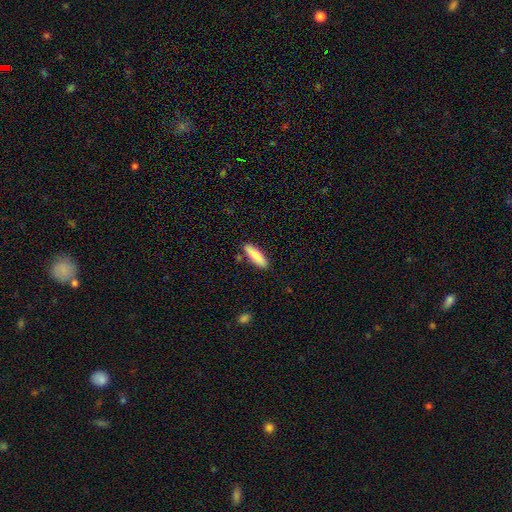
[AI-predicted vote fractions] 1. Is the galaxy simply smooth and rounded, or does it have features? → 83% smooth, 12% featured or disk, 6% star or artifact.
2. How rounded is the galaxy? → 52% cigar-shaped, 47% in between, 2% round.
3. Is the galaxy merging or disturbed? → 84% none, 11% minor disturbance, 3% merger, 2% major disturbance.